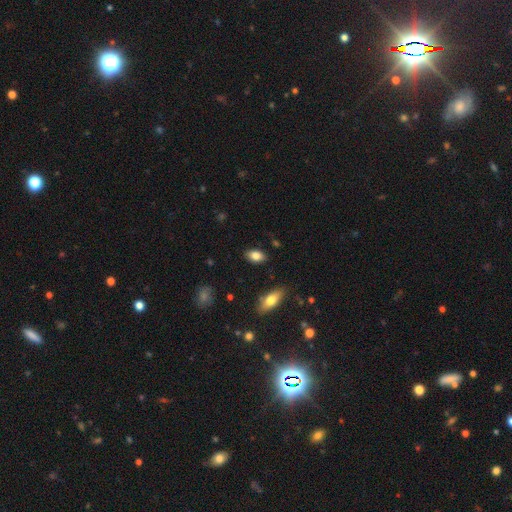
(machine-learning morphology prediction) type=smooth (82%); roundness=in between (91%); merging=none (86%).